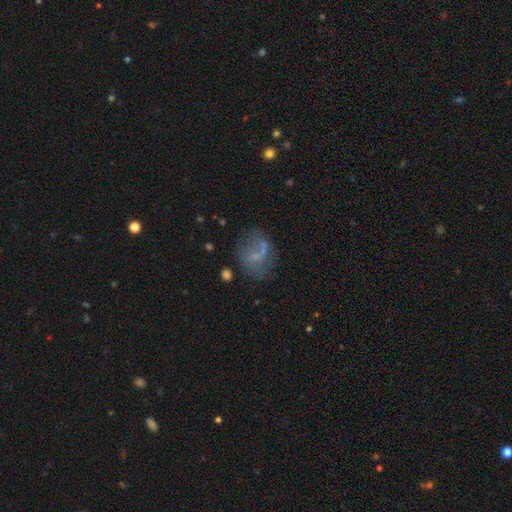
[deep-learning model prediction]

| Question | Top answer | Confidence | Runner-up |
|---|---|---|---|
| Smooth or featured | featured or disk | 42% | smooth (40%) |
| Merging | none | 48% | major disturbance (22%) |